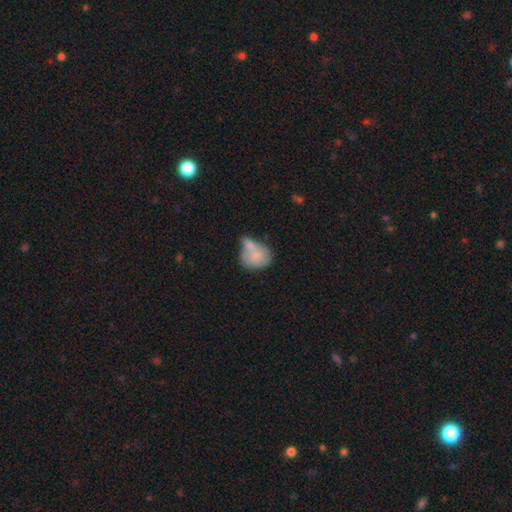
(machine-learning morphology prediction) This is likely a smooth galaxy (73%). How rounded: possibly round (54%). Merging: possibly merger (47%).